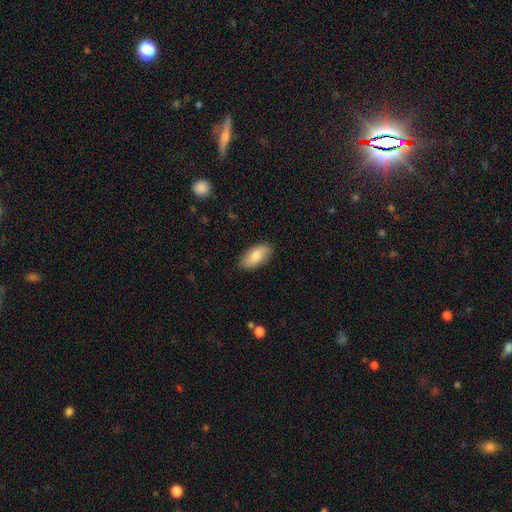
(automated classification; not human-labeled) This is likely a smooth galaxy (79%). How rounded: clearly in between (92%). Merging: clearly none (87%).